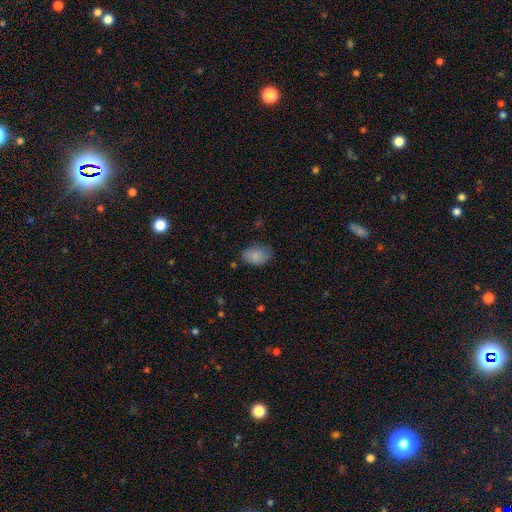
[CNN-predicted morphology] Smooth or featured? Predicted: smooth (p=0.85). How rounded? Predicted: in between (p=0.84). Merging? Predicted: none (p=0.71).